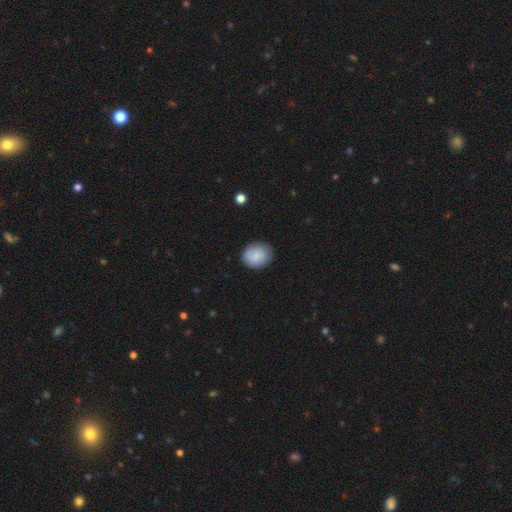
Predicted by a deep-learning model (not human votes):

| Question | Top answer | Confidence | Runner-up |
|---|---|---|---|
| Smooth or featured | smooth | 79% | featured or disk (15%) |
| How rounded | round | 66% | in between (33%) |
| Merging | none | 83% | minor disturbance (13%) |